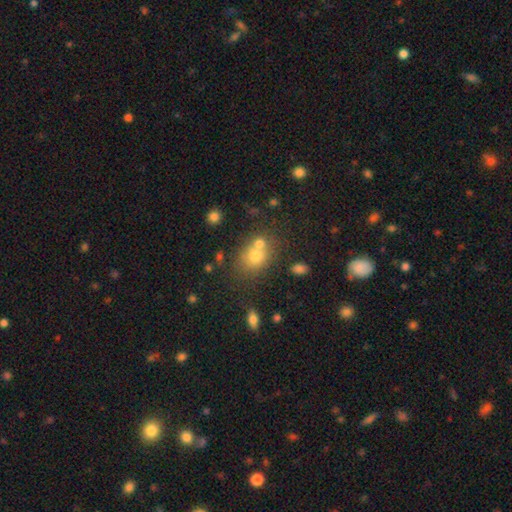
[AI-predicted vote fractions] This is likely a smooth galaxy (68%). How rounded: possibly round (55%). Merging: possibly none (48%).